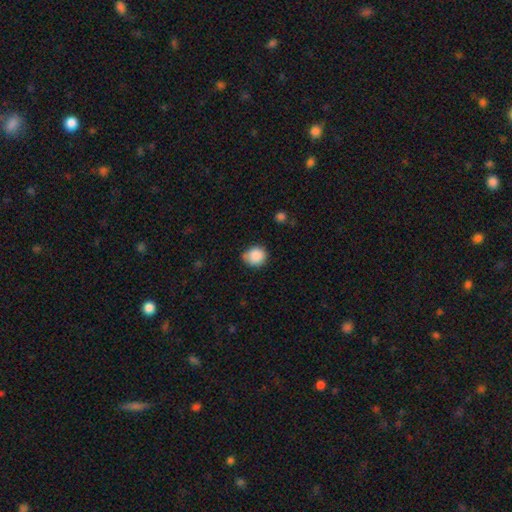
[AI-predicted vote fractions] Q: Smooth or featured?
A: smooth (87%); runner-up: star or artifact (9%)
Q: How rounded?
A: round (81%); runner-up: in between (18%)
Q: Merging?
A: none (66%); runner-up: minor disturbance (27%)